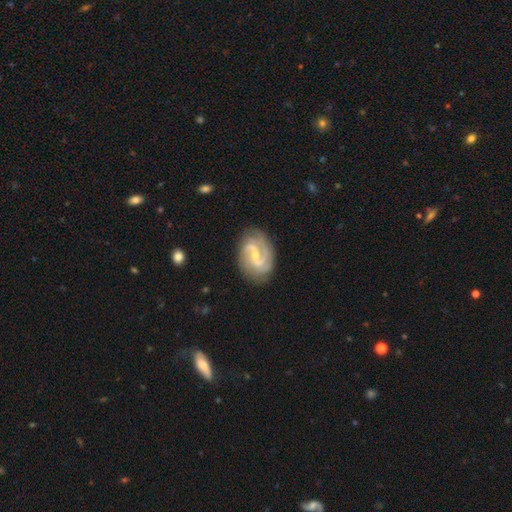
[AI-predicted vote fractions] The model was most divided on "spiral winding": medium: 50%, tight: 30%, loose: 20%. More confident: edge-on disk — no (97%); spiral arms — yes (97%); smooth or featured — featured or disk (88%); spiral arm count — 2 (81%); merging — none (80%); bulge size — small (66%); bar — weak (54%).